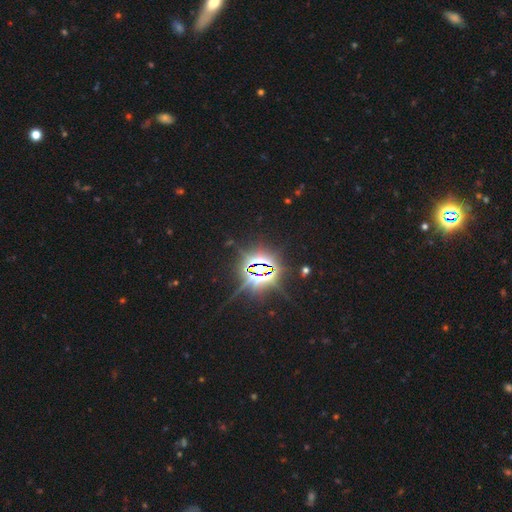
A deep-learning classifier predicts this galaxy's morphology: This appears to be a star or artifact, not a galaxy (83%).